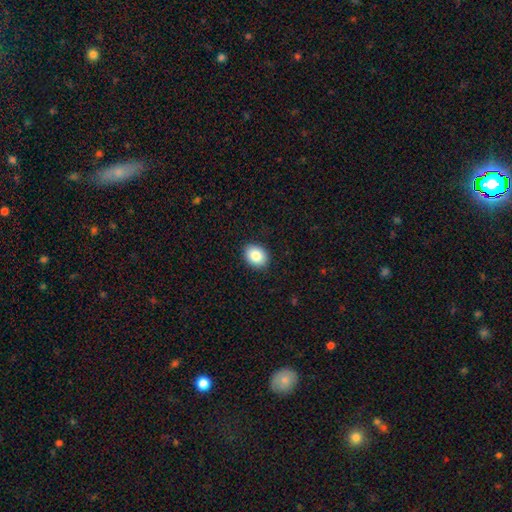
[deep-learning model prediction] This is clearly a smooth galaxy (85%). How rounded: possibly in between (55%). Merging: clearly none (90%).